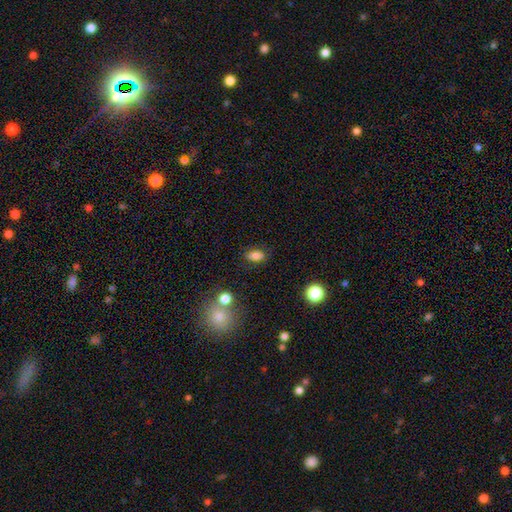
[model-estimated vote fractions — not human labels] A smooth galaxy with no disk features (84%) that is in between round and cigar-shaped (85%). Merging: none (82%).